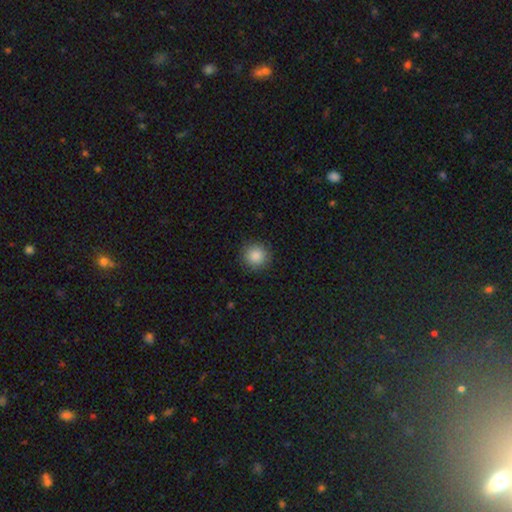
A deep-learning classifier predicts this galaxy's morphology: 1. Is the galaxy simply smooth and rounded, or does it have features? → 87% smooth, 9% star or artifact, 4% featured or disk.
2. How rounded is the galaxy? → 94% round, 5% in between, 1% cigar-shaped.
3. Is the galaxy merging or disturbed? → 91% none, 6% minor disturbance, 2% major disturbance, 1% merger.